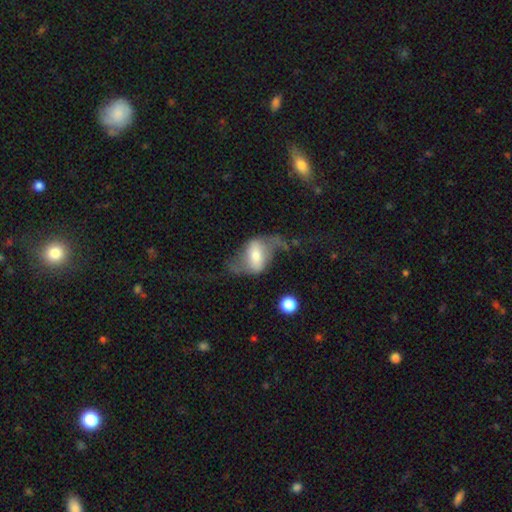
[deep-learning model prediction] featured or disk 67%, smooth 26%, star or artifact 7%. Down the decision tree: edge-on disk — no (92%); bar — strong (38%); spiral arms — yes (80%); bulge size — moderate (52%); merging — none (45%).